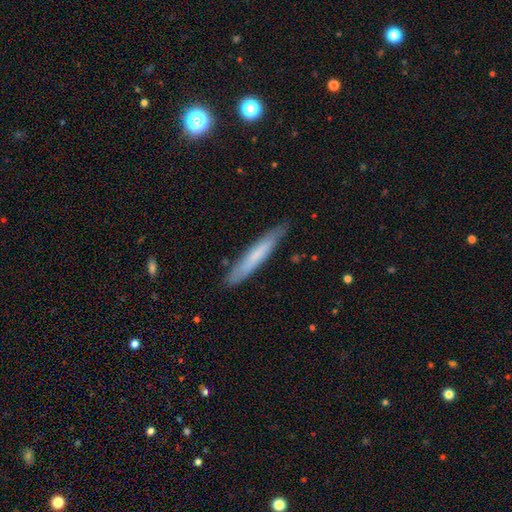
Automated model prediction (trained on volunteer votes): smooth_or_featured: smooth (p=0.61) [alt: featured or disk p=0.32]
how_rounded: cigar-shaped (p=0.94) [alt: in between p=0.05]
merging: none (p=0.84) [alt: minor disturbance p=0.13]